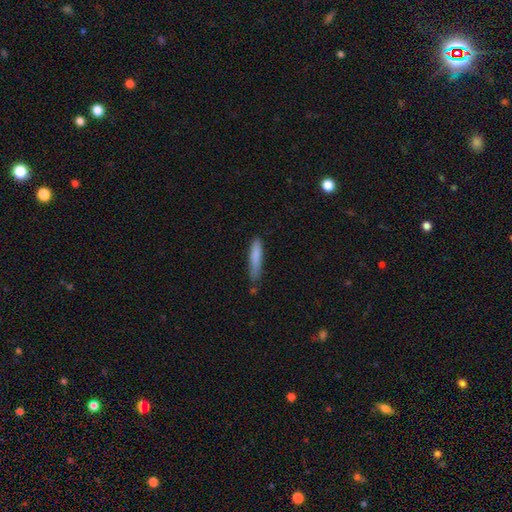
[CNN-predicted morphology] Smooth or featured? Predicted: smooth (p=0.82). How rounded? Predicted: cigar-shaped (p=0.88). Merging? Predicted: none (p=0.66).